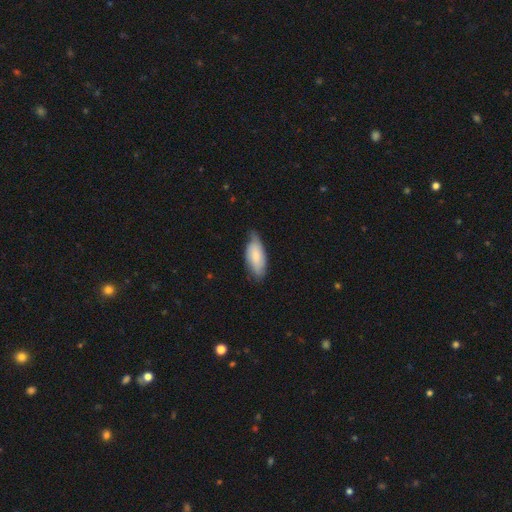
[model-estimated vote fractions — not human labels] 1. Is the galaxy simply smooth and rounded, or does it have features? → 72% smooth, 23% featured or disk, 6% star or artifact.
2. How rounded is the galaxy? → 86% in between, 12% cigar-shaped, 2% round.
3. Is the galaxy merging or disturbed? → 58% none, 35% minor disturbance, 6% major disturbance, 1% merger.